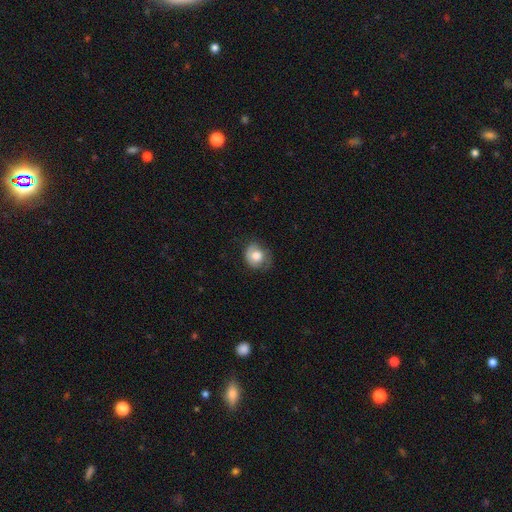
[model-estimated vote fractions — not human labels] smooth 74%, featured or disk 18%, star or artifact 8%. Down the decision tree: how rounded — round (72%); merging — none (55%).